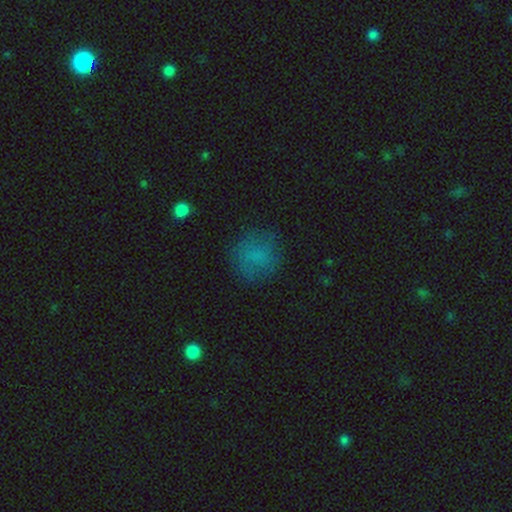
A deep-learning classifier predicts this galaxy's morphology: Smooth or featured? Predicted: smooth (p=0.74). How rounded? Predicted: round (p=0.84). Merging? Predicted: none (p=0.75).